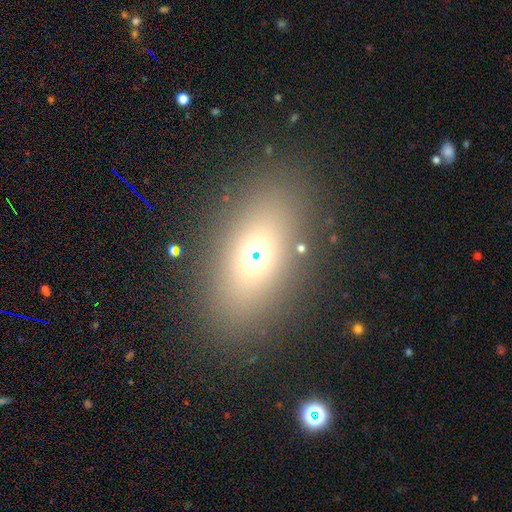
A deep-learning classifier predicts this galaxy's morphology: This is likely a smooth galaxy (62%). How rounded: likely in between (77%). Merging: clearly none (83%).